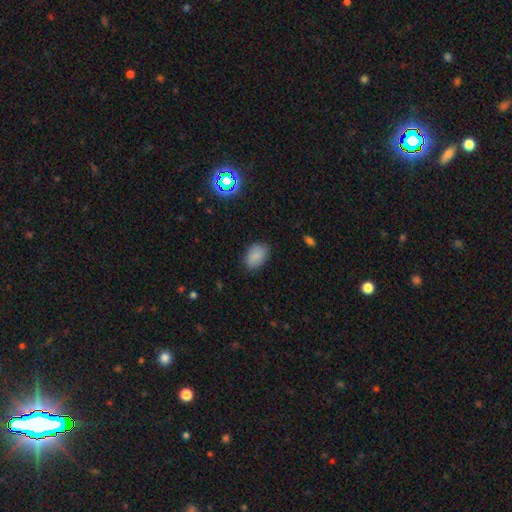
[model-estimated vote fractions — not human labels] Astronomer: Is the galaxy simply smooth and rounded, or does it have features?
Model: smooth — 84%.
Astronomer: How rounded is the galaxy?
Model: in between — 83%.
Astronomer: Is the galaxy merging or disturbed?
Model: none — 82%.